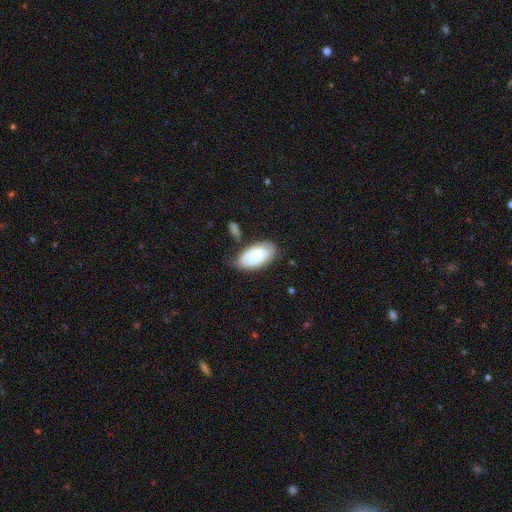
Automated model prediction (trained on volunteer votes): Morphology: type=smooth (75%); roundness=in between (95%); merging=none (65%).